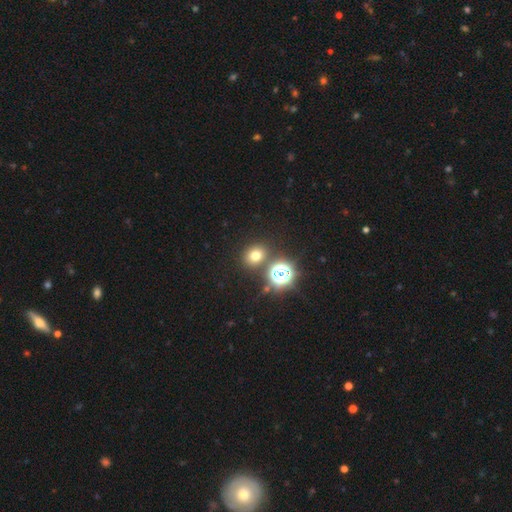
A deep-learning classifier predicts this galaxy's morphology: This appears to be a smooth galaxy with no disk features (65%) that is round (68%). Merging: none (80%).